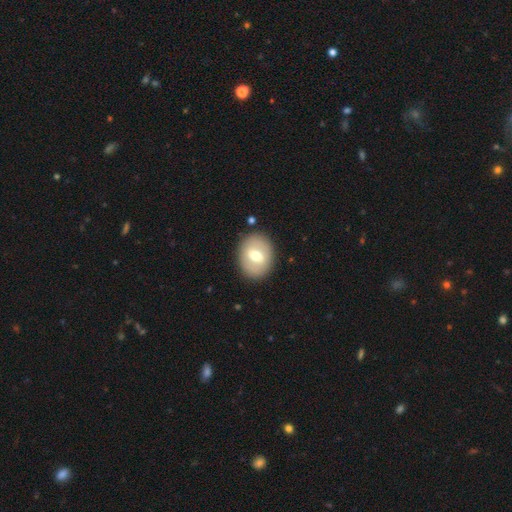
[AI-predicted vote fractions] A smooth galaxy with no disk features (57%) that is in between round and cigar-shaped (54%).

Vote fractions:
- Smooth or featured? smooth: 57% / featured or disk: 36% / star or artifact: 7%
- How rounded? in between: 54% / round: 45% / cigar-shaped: 1%
- Merging? none: 87% / minor disturbance: 9% / major disturbance: 3% / merger: 2%